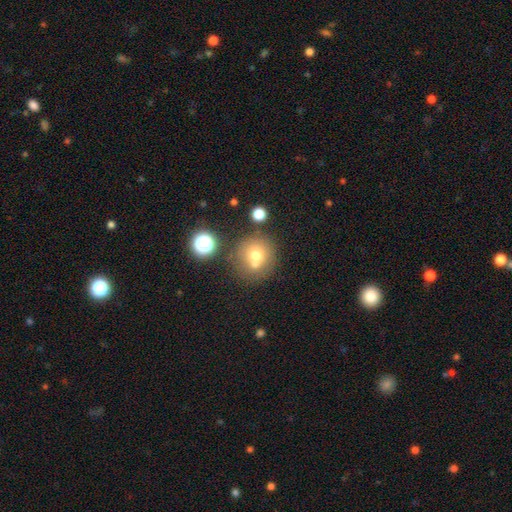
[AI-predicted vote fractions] Smooth or featured?
  - smooth: 69% *
  - featured or disk: 17%
  - star or artifact: 15%
How rounded?
  - round: 90% *
  - in between: 9%
  - cigar-shaped: 1%
Merging?
  - none: 60% *
  - merger: 25%
  - minor disturbance: 11%
  - major disturbance: 4%